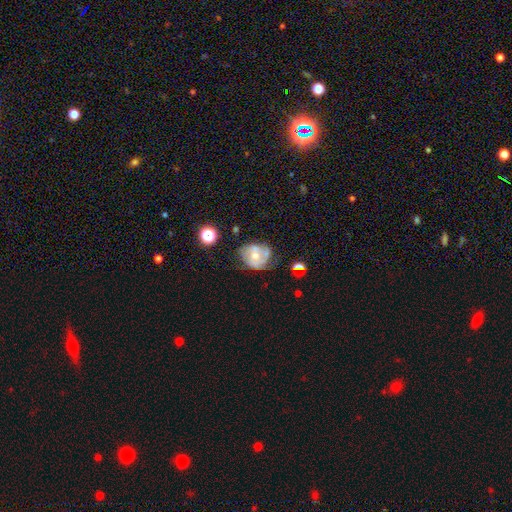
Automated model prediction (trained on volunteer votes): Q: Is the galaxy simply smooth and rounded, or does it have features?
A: featured or disk — 60%.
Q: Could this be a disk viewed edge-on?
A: no — 97%.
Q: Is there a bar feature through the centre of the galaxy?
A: no — 79%.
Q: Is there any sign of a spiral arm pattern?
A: yes — 59%.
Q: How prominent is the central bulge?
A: moderate — 55%.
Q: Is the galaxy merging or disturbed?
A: none — 41%.